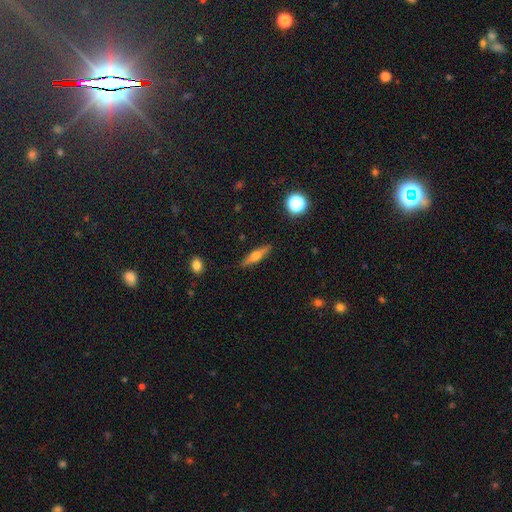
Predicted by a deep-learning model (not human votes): smooth_or_featured: featured or disk (p=0.47) [alt: smooth p=0.45]
merging: none (p=0.89) [alt: minor disturbance p=0.08]